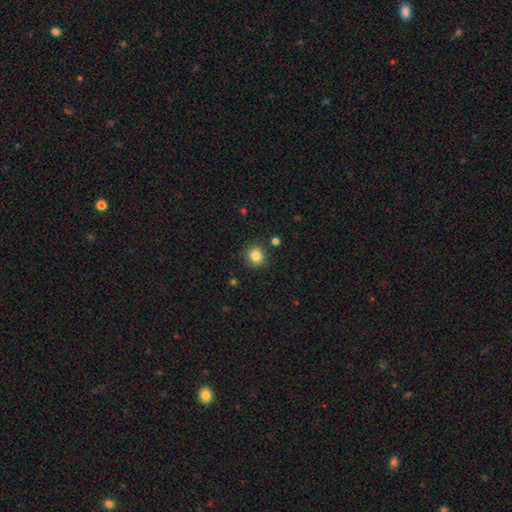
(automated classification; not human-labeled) smooth_or_featured: smooth (p=0.84) [alt: star or artifact p=0.11]
how_rounded: round (p=0.87) [alt: in between p=0.13]
merging: none (p=0.88) [alt: minor disturbance p=0.07]